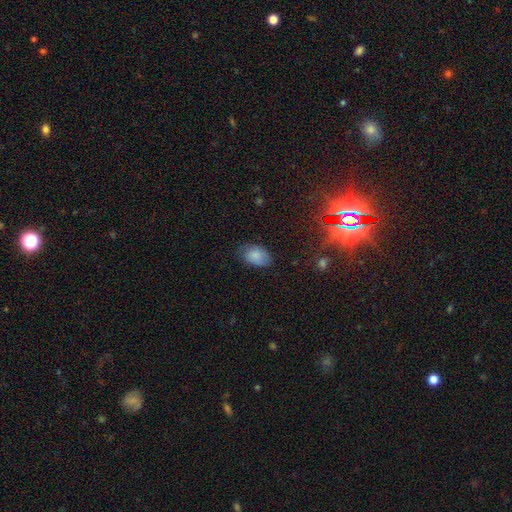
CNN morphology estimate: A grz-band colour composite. It shows a smooth galaxy with no disk features (82%) that is in between round and cigar-shaped (87%). Merging: none (67%).